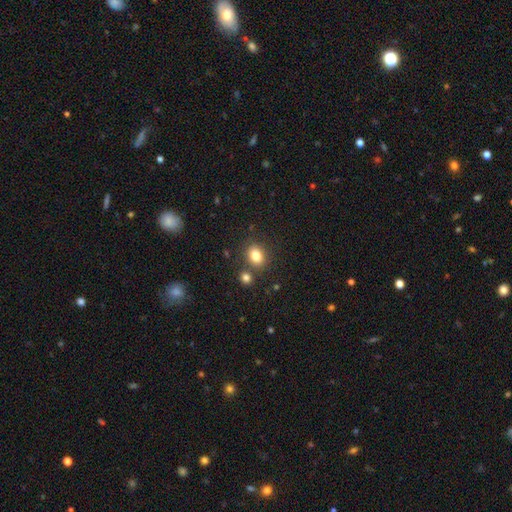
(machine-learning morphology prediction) Smooth or featured? smooth (82%)
How rounded? in between (56%)
Merging? none (76%)